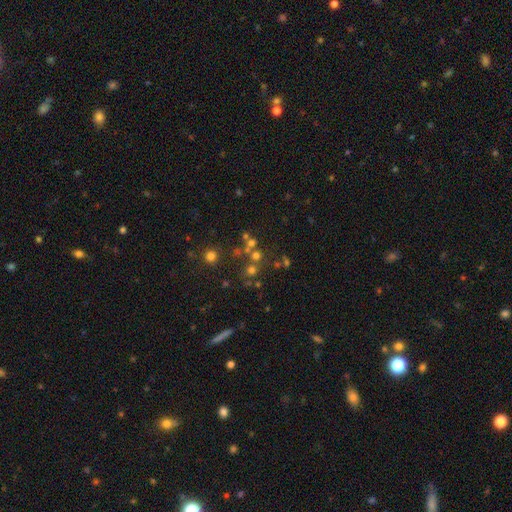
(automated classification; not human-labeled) Smooth or featured: smooth — 51% (star or artifact — 34%)
How rounded: round — 89% (in between — 10%)
Merging: none — 63% (merger — 24%)